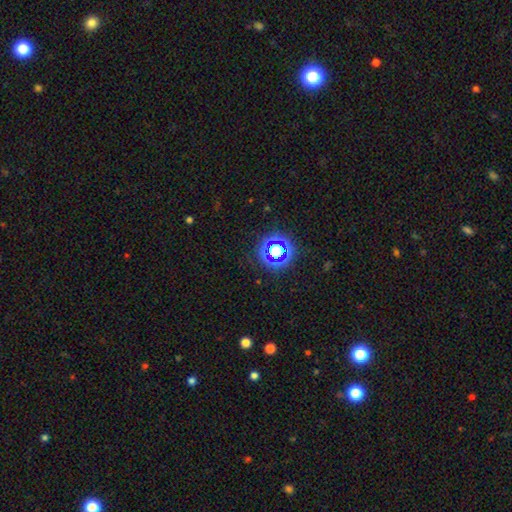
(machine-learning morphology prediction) type=star or artifact (72%).